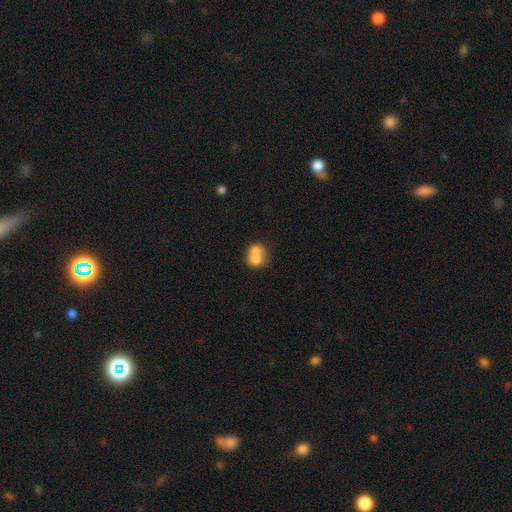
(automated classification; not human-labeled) A smooth galaxy with no disk features (69%) that is round (64%).

Vote fractions:
- Smooth or featured? smooth: 69% / featured or disk: 22% / star or artifact: 9%
- How rounded? round: 64% / in between: 35% / cigar-shaped: 1%
- Merging? merger: 64% / none: 24% / minor disturbance: 7% / major disturbance: 4%